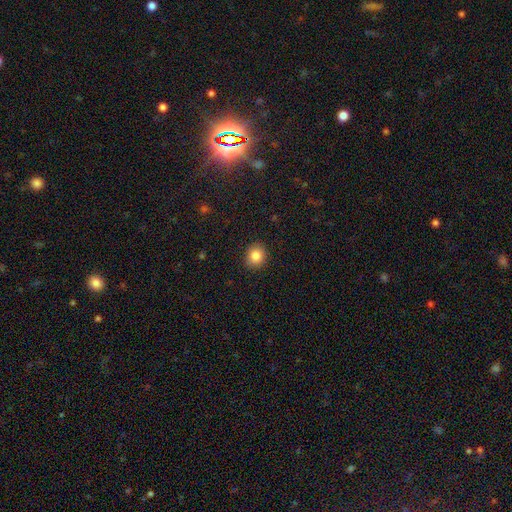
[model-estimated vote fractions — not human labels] Smooth or featured?
  - smooth: 85% *
  - star or artifact: 10%
  - featured or disk: 6%
How rounded?
  - round: 77% *
  - in between: 22%
  - cigar-shaped: 1%
Merging?
  - none: 90% *
  - minor disturbance: 7%
  - major disturbance: 2%
  - merger: 1%